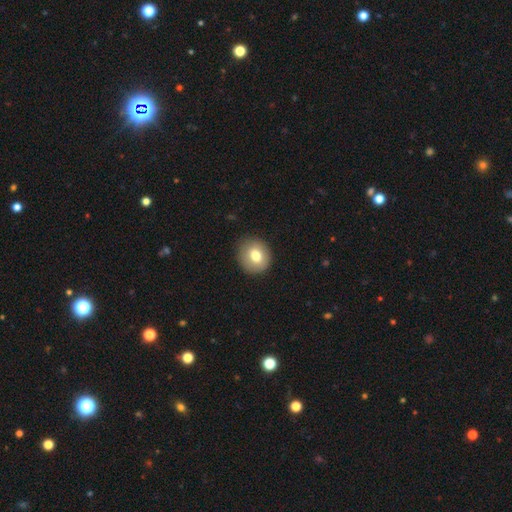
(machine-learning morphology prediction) A smooth galaxy with no disk features (77%) that is round (80%).

Vote fractions:
- Smooth or featured? smooth: 77% / featured or disk: 15% / star or artifact: 8%
- How rounded? round: 80% / in between: 19% / cigar-shaped: 1%
- Merging? none: 87% / minor disturbance: 10% / major disturbance: 3% / merger: 1%